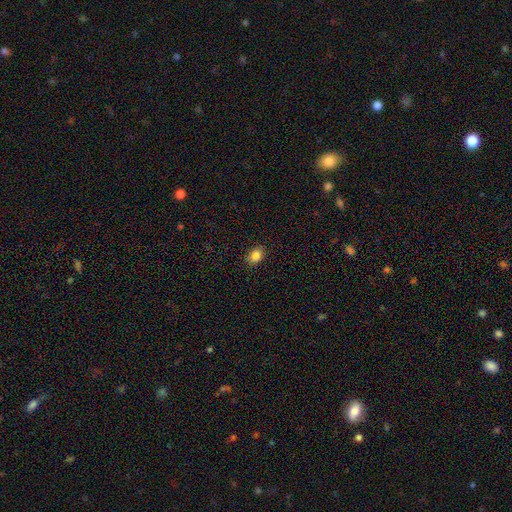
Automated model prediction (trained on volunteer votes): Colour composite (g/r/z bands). It shows a smooth galaxy with no disk features (85%) that is in between round and cigar-shaped (67%). Merging: none (87%).